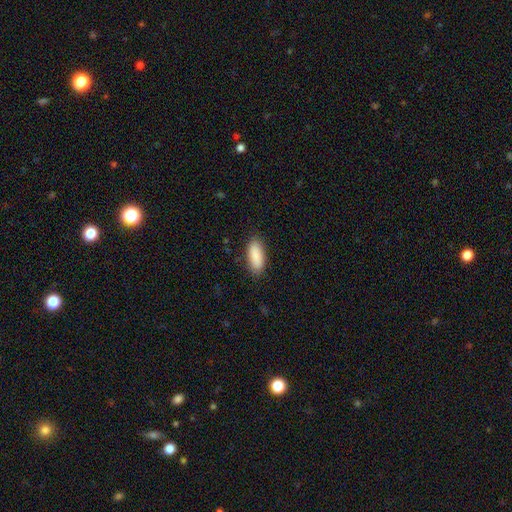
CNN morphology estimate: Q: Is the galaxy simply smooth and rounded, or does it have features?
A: smooth — 90%.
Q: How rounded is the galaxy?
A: in between — 78%.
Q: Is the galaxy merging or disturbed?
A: none — 87%.